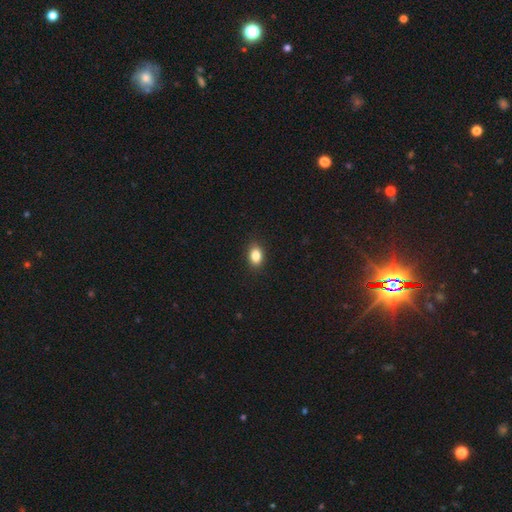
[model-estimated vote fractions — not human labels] Morphology: type=smooth (85%); roundness=in between (80%); merging=none (88%).